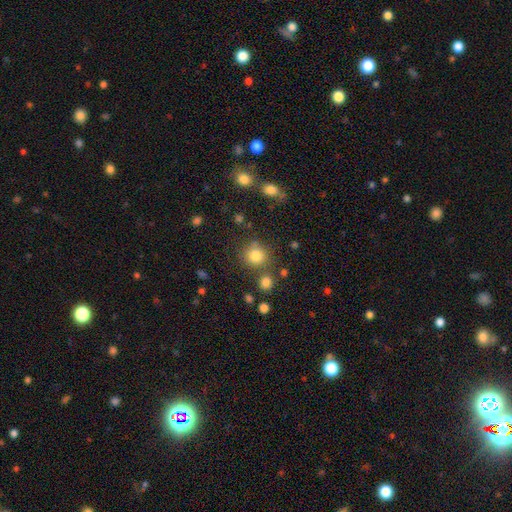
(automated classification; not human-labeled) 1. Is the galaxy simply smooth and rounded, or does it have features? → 81% smooth, 13% star or artifact, 7% featured or disk.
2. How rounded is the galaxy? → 89% round, 10% in between, 1% cigar-shaped.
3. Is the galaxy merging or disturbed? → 74% none, 11% merger, 11% minor disturbance, 4% major disturbance.